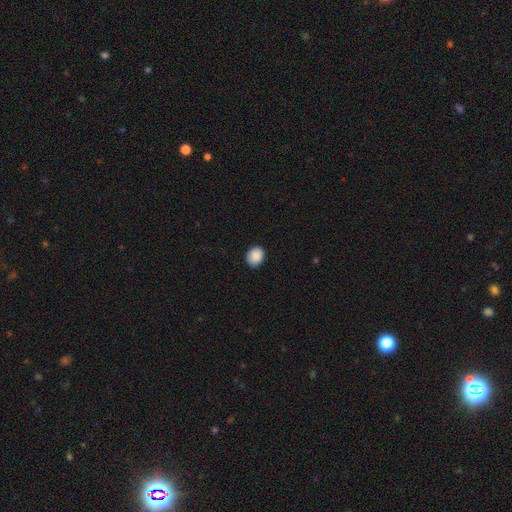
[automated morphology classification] A smooth galaxy with no disk features (89%) that is round (59%). Merging: none (89%).